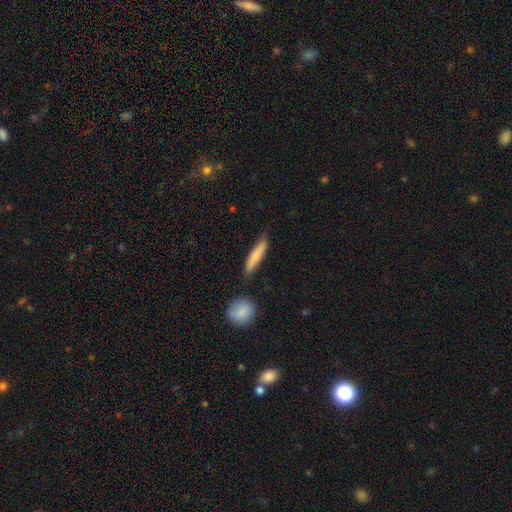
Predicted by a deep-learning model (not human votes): Morphology: type=smooth (77%); roundness=cigar-shaped (88%); merging=none (78%).